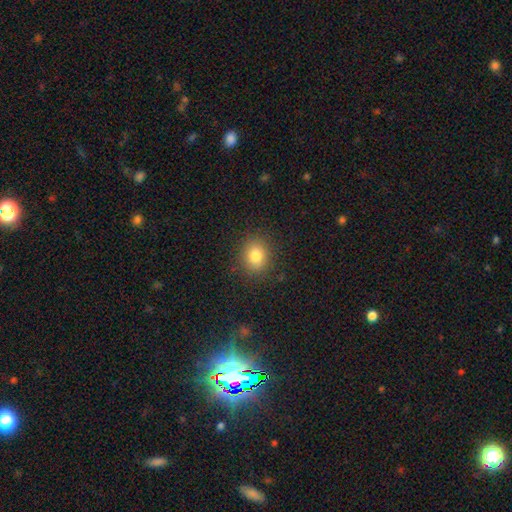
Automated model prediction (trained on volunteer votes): A smooth galaxy with no disk features (80%) that is round (66%).

Vote fractions:
- Smooth or featured? smooth: 80% / star or artifact: 12% / featured or disk: 8%
- How rounded? round: 66% / in between: 33% / cigar-shaped: 1%
- Merging? none: 87% / minor disturbance: 9% / major disturbance: 3% / merger: 1%